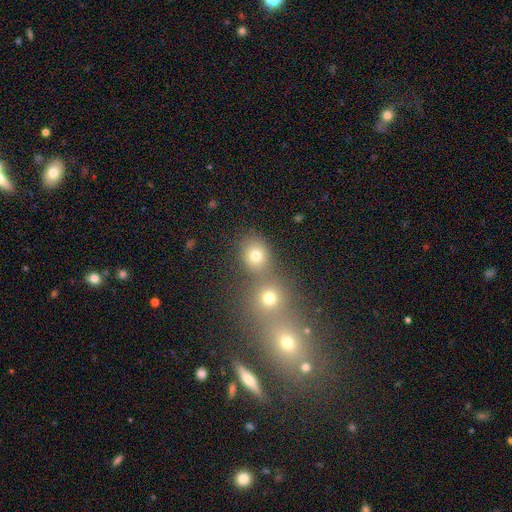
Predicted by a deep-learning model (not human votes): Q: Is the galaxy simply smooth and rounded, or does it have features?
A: smooth — 75%.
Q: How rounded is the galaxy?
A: round — 75%.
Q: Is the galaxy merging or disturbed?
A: none — 57%.